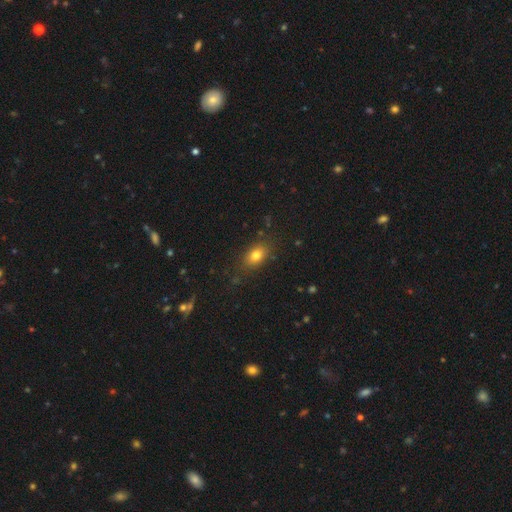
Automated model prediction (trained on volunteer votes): A smooth galaxy with no disk features (80%) that is in between round and cigar-shaped (79%). Merging: none (81%).